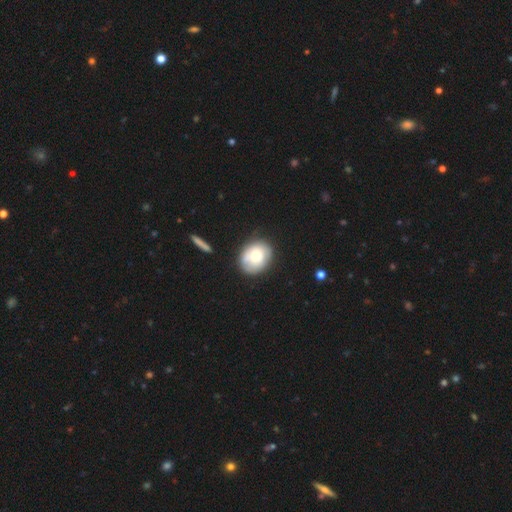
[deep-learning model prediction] Smooth or featured? smooth (66%)
How rounded? round (59%)
Merging? none (72%)